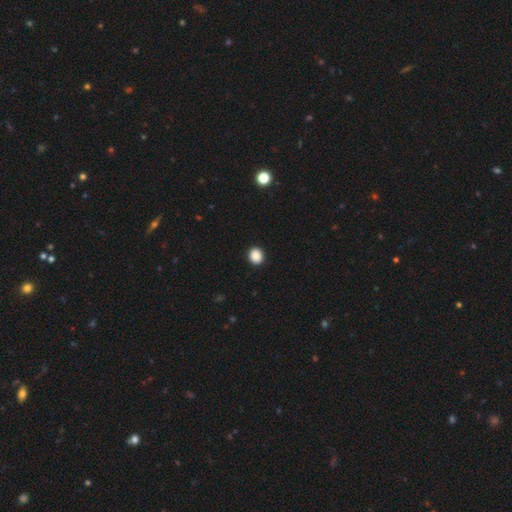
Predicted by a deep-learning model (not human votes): smooth 88%, star or artifact 9%, featured or disk 3%. Down the decision tree: how rounded — round (77%); merging — none (93%).